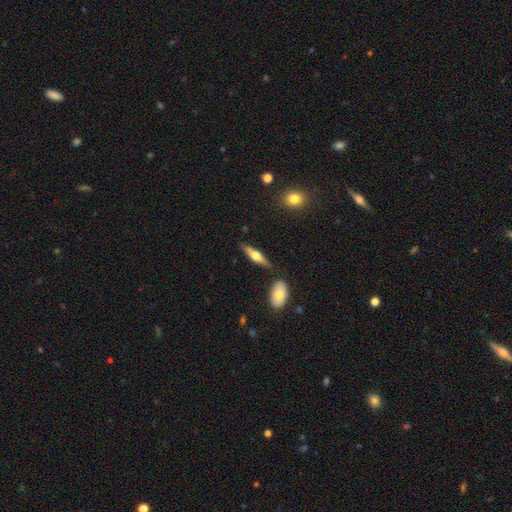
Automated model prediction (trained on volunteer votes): A featured or disk galaxy (57%) viewed edge-on (93%) with a rounded central bulge (92%).

Vote fractions:
- Smooth or featured? featured or disk: 57% / smooth: 37% / star or artifact: 6%
- Edge-on disk? yes: 93% / no: 7%
- Edge-on bulge? rounded: 92% / boxy: 5% / none: 3%
- Merging? none: 78% / minor disturbance: 12% / merger: 6% / major disturbance: 3%